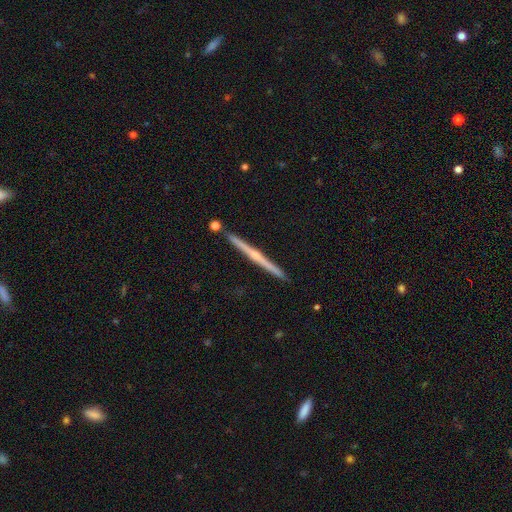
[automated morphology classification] This is likely a featured or disk galaxy (76%). It is clearly viewed edge-on (98%). Edge-on bulge: likely rounded (68%). Merging: clearly none (90%).